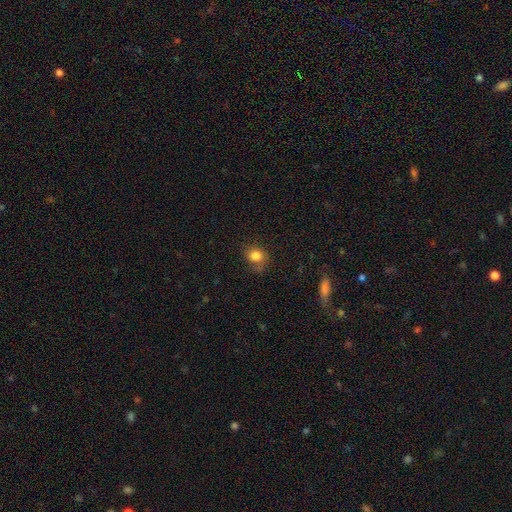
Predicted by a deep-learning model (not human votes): smooth-or-featured: smooth: 81% | star or artifact: 11% | featured or disk: 8%
  how-rounded: round: 63% | in between: 36% | cigar-shaped: 1%
  merging: none: 62% | minor disturbance: 25% | major disturbance: 10% | merger: 3%